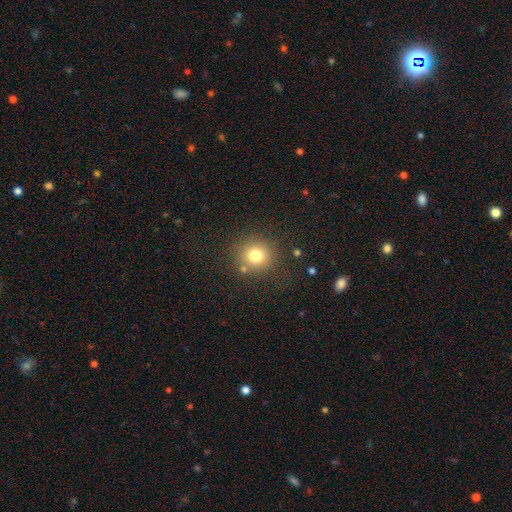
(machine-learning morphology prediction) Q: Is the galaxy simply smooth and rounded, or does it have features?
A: smooth — 77%.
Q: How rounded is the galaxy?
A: round — 91%.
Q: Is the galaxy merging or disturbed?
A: none — 82%.